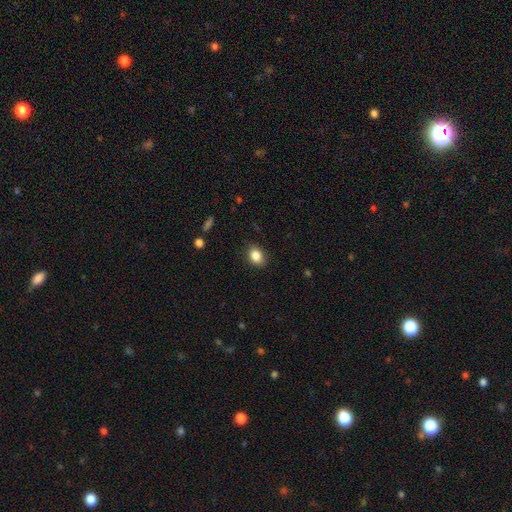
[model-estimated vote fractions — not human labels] A smooth galaxy with no disk features (87%) that is in between round and cigar-shaped (61%). Merging: none (87%).